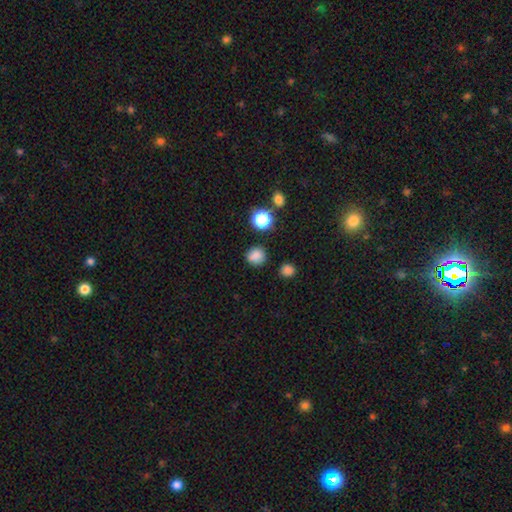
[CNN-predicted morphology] The model was most divided on "merging": none: 79%, minor disturbance: 13%, merger: 4%, major disturbance: 4%. More confident: how rounded — round (84%); smooth or featured — smooth (81%).